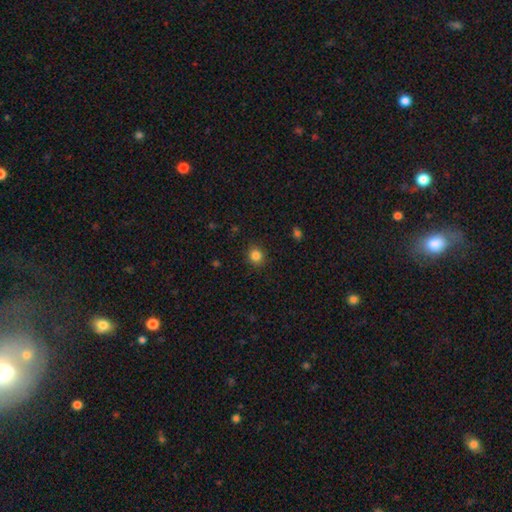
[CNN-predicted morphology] smooth_or_featured: smooth (p=0.85) [alt: star or artifact p=0.11]
how_rounded: round (p=0.86) [alt: in between p=0.13]
merging: none (p=0.90) [alt: minor disturbance p=0.07]